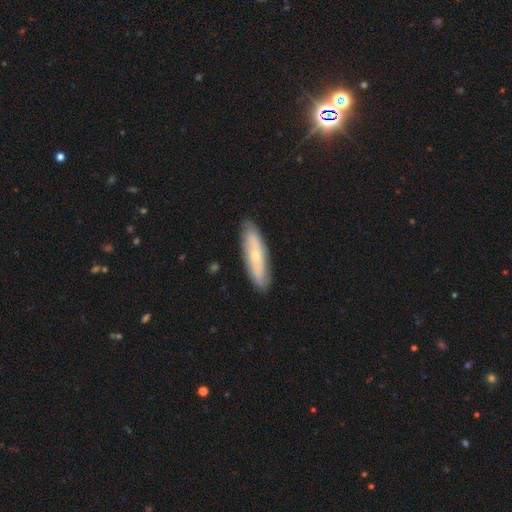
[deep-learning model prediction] A featured or disk galaxy (48%).

Vote fractions:
- Smooth or featured? featured or disk: 48% / smooth: 46% / star or artifact: 6%
- Merging? none: 88% / minor disturbance: 9% / major disturbance: 2% / merger: 1%